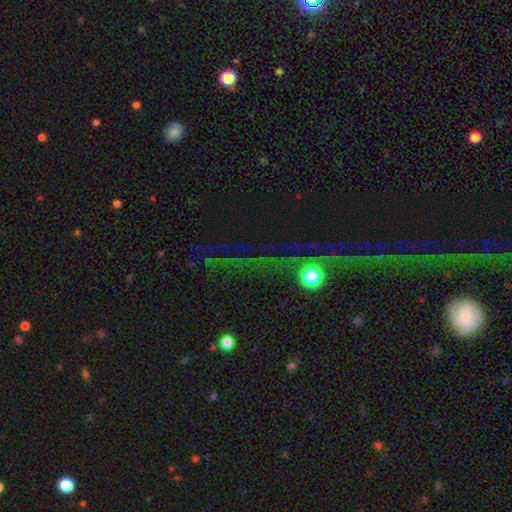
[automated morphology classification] Smooth or featured? star or artifact (69%)